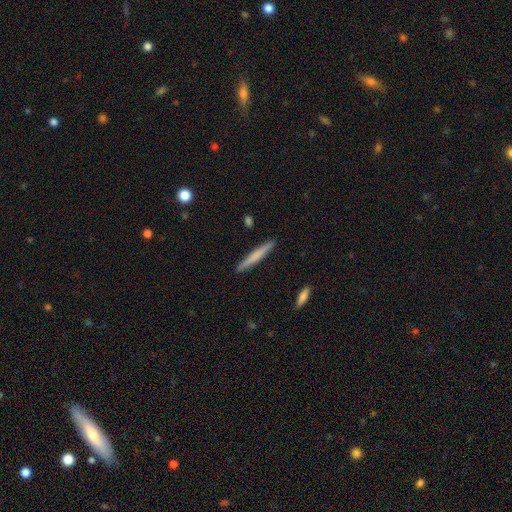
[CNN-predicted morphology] This is likely a smooth galaxy (63%). How rounded: clearly cigar-shaped (96%). Merging: clearly none (92%).